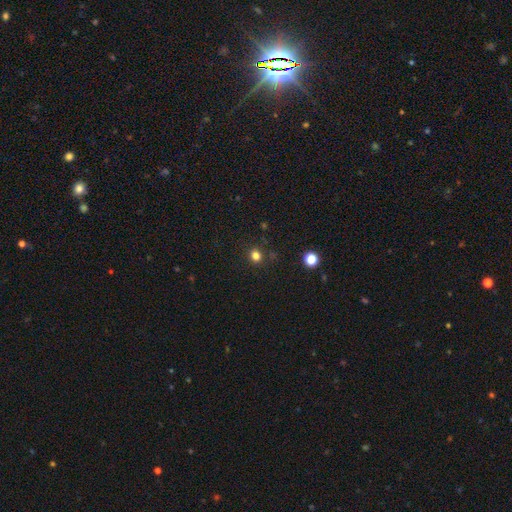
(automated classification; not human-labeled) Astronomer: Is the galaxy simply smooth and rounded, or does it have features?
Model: smooth — 79%.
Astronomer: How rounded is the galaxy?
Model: round — 83%.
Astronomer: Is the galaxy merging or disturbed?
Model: none — 86%.